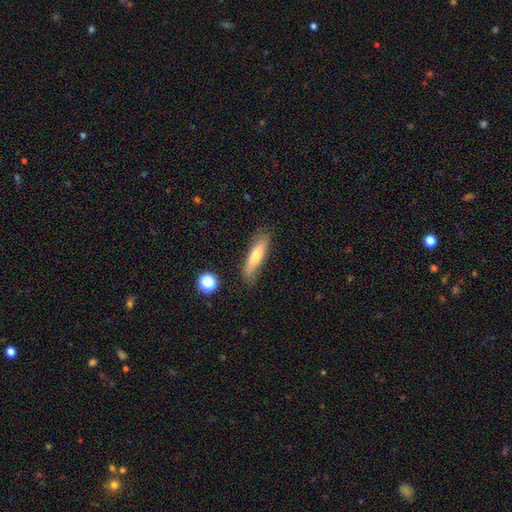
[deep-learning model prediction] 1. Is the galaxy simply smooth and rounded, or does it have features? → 69% smooth, 24% featured or disk, 7% star or artifact.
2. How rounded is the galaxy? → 75% cigar-shaped, 23% in between, 2% round.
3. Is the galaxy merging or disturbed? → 78% none, 16% minor disturbance, 4% major disturbance, 2% merger.